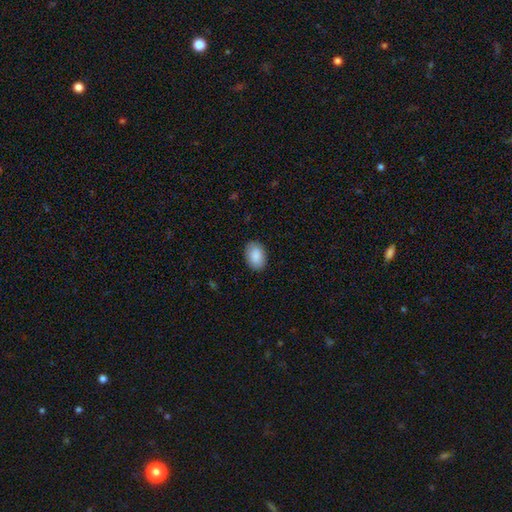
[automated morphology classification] smooth-or-featured: smooth: 89% | star or artifact: 6% | featured or disk: 5%
  how-rounded: in between: 86% | round: 13% | cigar-shaped: 1%
  merging: none: 86% | minor disturbance: 11% | major disturbance: 2% | merger: 1%